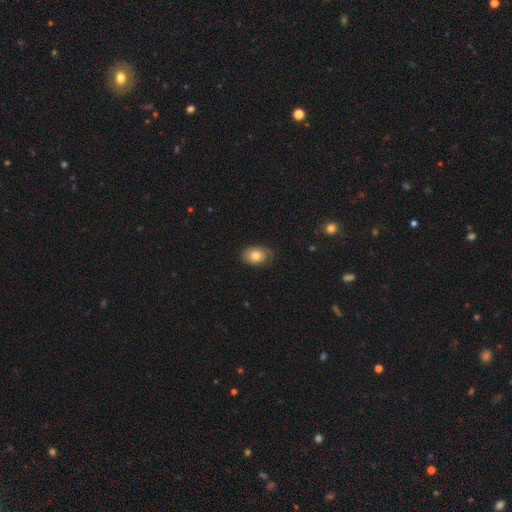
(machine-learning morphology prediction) Smooth or featured?
  - smooth: 76% *
  - featured or disk: 16%
  - star or artifact: 8%
How rounded?
  - in between: 77% *
  - round: 22%
  - cigar-shaped: 1%
Merging?
  - none: 71% *
  - minor disturbance: 22%
  - major disturbance: 5%
  - merger: 1%